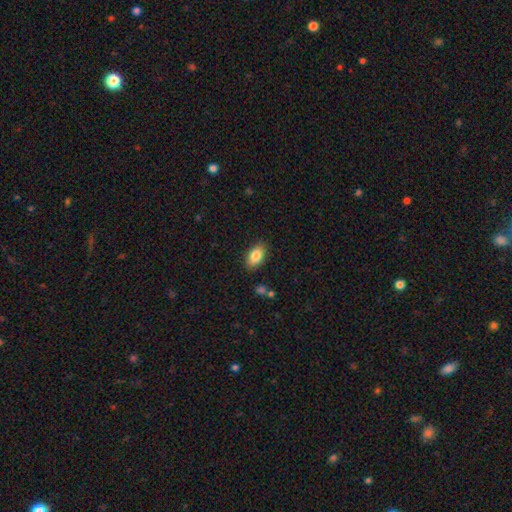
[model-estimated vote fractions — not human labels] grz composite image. It shows a smooth galaxy with no disk features (85%) that is in between round and cigar-shaped (92%). Merging: none (87%).